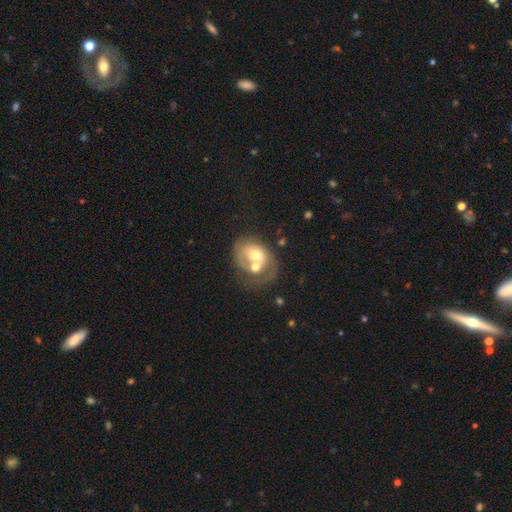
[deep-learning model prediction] Smooth or featured: featured or disk — 53% (smooth — 40%)
Edge-on disk: no — 97% (yes — 3%)
Bar: no — 83% (weak — 14%)
Spiral arms: no — 59% (yes — 41%)
Bulge size: moderate — 62% (small — 17%)
Merging: merger — 53% (none — 19%)